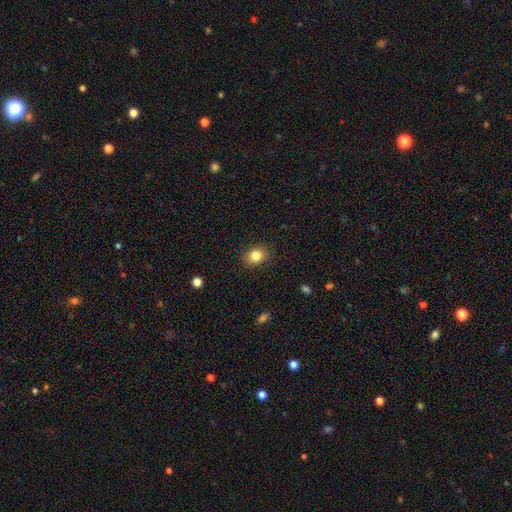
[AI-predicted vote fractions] Smooth or featured? smooth (83%)
How rounded? round (60%)
Merging? none (88%)